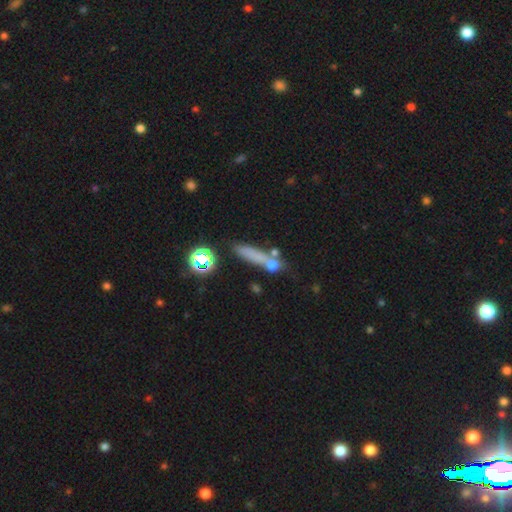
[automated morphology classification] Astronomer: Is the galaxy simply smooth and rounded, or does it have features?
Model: smooth — 59%.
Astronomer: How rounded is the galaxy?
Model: cigar-shaped — 75%.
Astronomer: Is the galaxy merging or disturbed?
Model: none — 64%.